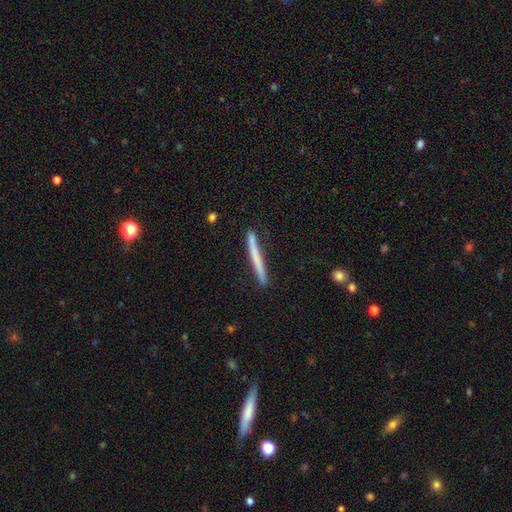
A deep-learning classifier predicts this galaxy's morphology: smooth_or_featured: smooth (p=0.59) [alt: featured or disk p=0.36]
how_rounded: cigar-shaped (p=0.97) [alt: in between p=0.02]
merging: none (p=0.87) [alt: minor disturbance p=0.09]